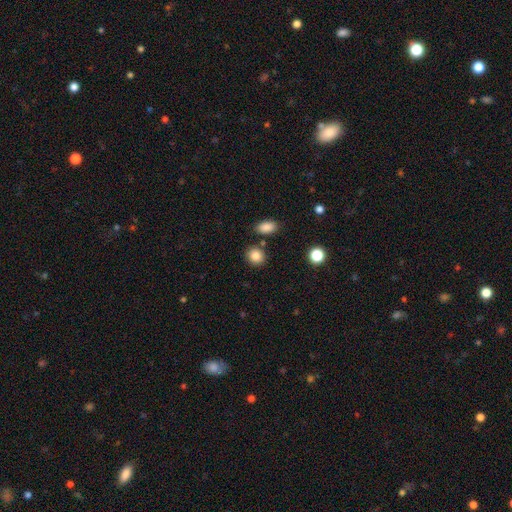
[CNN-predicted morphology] A smooth galaxy with no disk features (86%) that is round (75%).

Vote fractions:
- Smooth or featured? smooth: 86% / star or artifact: 9% / featured or disk: 5%
- How rounded? round: 75% / in between: 24% / cigar-shaped: 1%
- Merging? none: 80% / minor disturbance: 9% / merger: 8% / major disturbance: 3%